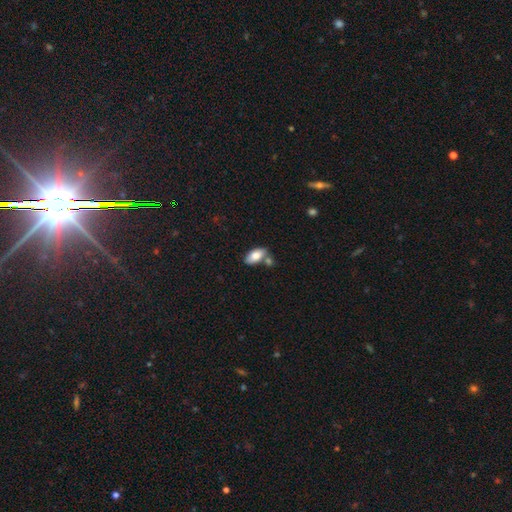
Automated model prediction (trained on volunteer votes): Smooth or featured? smooth (83%)
How rounded? in between (93%)
Merging? none (61%)